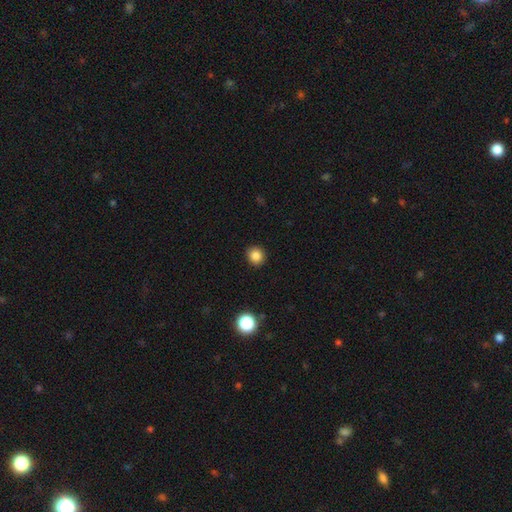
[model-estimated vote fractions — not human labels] Morphology: type=smooth (84%); roundness=round (89%); merging=none (91%).